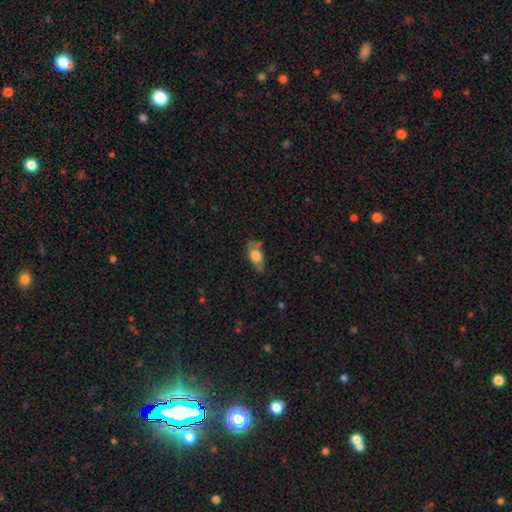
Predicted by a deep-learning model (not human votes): A smooth galaxy with no disk features (64%) that is in between round and cigar-shaped (80%). Merging: none (68%).